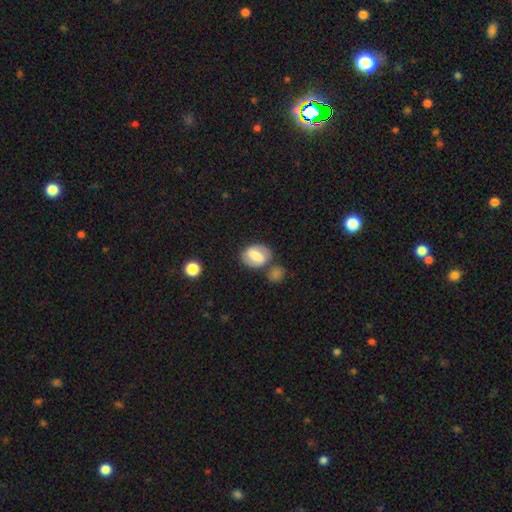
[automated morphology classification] A smooth galaxy with no disk features (49%). Merging: none (59%).